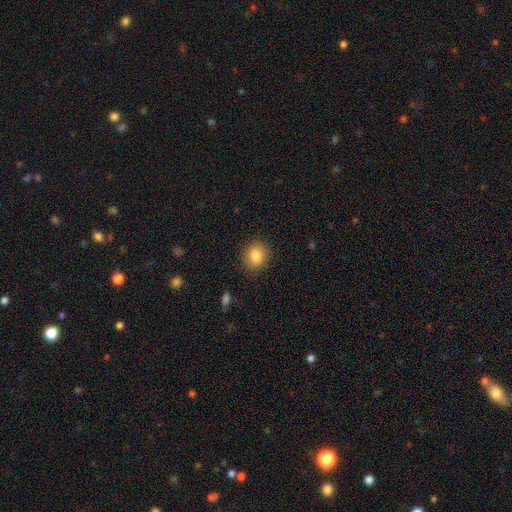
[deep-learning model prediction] Smooth or featured?
  - smooth: 83% *
  - star or artifact: 9%
  - featured or disk: 8%
How rounded?
  - round: 64% *
  - in between: 35%
  - cigar-shaped: 1%
Merging?
  - none: 88% *
  - minor disturbance: 9%
  - major disturbance: 3%
  - merger: 1%